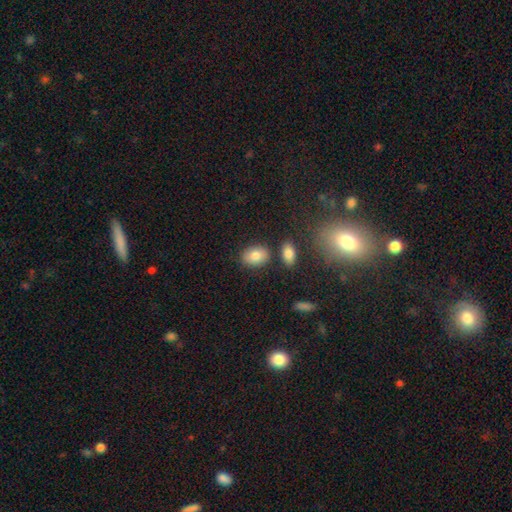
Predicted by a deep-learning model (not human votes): This is clearly a smooth galaxy (83%). How rounded: likely in between (78%). Merging: likely none (79%).